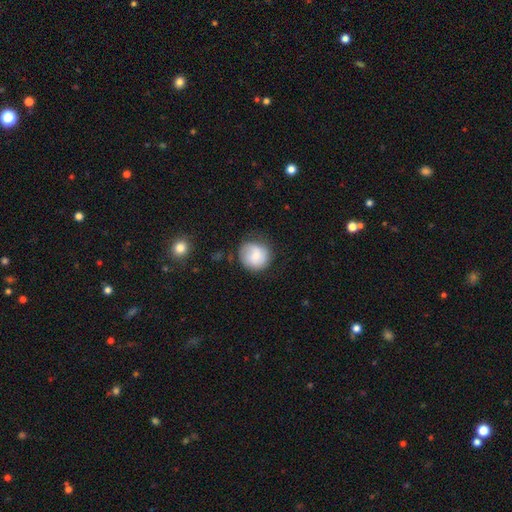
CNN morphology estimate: Smooth or featured: smooth — 73% (featured or disk — 19%)
How rounded: round — 89% (in between — 11%)
Merging: none — 70% (minor disturbance — 22%)